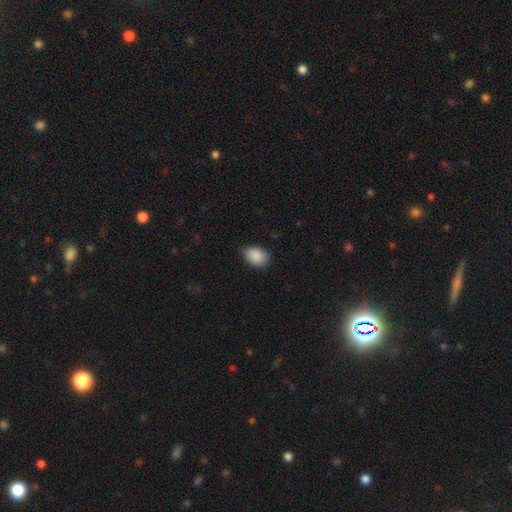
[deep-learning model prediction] This is clearly a smooth galaxy (90%). How rounded: clearly in between (82%). Merging: clearly none (83%).